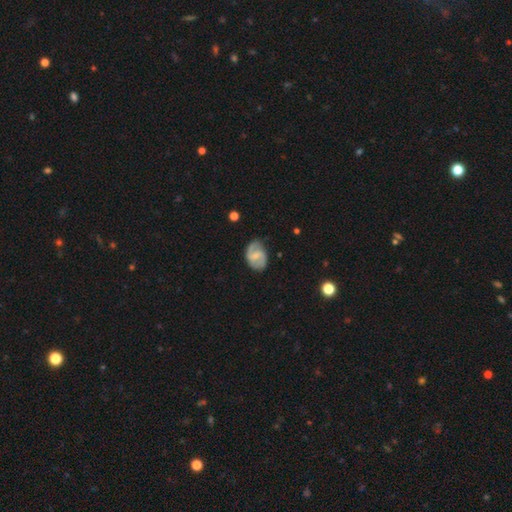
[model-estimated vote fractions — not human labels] Overall: featured or disk (69%). Edge-on disk: no (97%). Bar: weak (55%; no 24%). Spiral arms: yes (90%). Spiral arm count: 2 (81%). Spiral winding: medium (46%; loose 29%). Bulge size: small (45%; none 26%). Merging: none (66%).